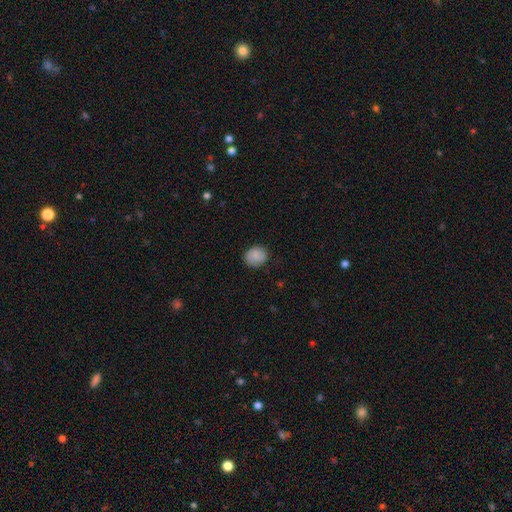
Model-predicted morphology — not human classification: Smooth or featured?
  - smooth: 85% *
  - featured or disk: 8%
  - star or artifact: 7%
How rounded?
  - round: 69% *
  - in between: 30%
  - cigar-shaped: 1%
Merging?
  - none: 84% *
  - minor disturbance: 12%
  - major disturbance: 3%
  - merger: 1%